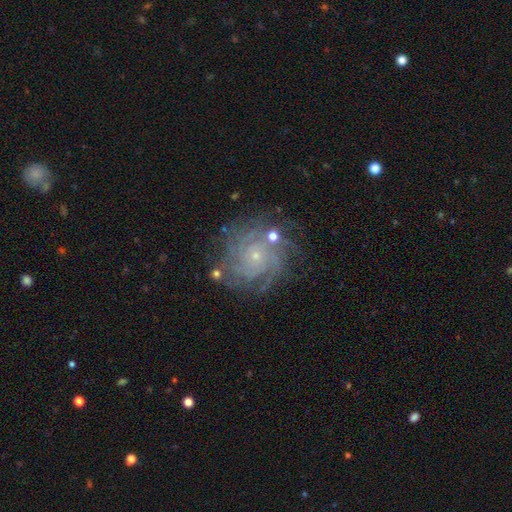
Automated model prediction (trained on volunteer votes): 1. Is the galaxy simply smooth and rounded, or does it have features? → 83% featured or disk, 10% star or artifact, 8% smooth.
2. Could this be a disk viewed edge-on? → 98% no, 2% yes.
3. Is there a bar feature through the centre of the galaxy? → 82% no, 15% weak, 4% strong.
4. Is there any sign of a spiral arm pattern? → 97% yes, 3% no.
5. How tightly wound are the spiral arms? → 75% tight, 21% medium, 4% loose.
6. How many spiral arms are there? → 27% 4, 23% can't tell, 21% more than 4, 13% 3, 9% 2, 7% 1.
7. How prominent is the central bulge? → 85% small, 11% moderate, 3% none, 1% large, 1% dominant.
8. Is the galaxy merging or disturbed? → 75% none, 15% minor disturbance, 6% major disturbance, 4% merger.